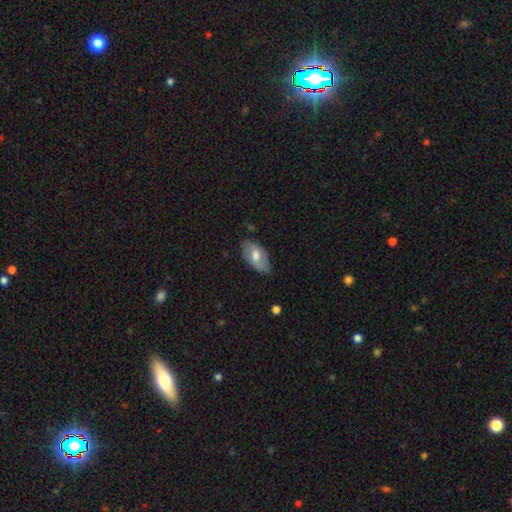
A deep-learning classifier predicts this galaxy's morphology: This appears to be a smooth galaxy with no disk features (58%) that is in between round and cigar-shaped (93%). Merging: none (74%).